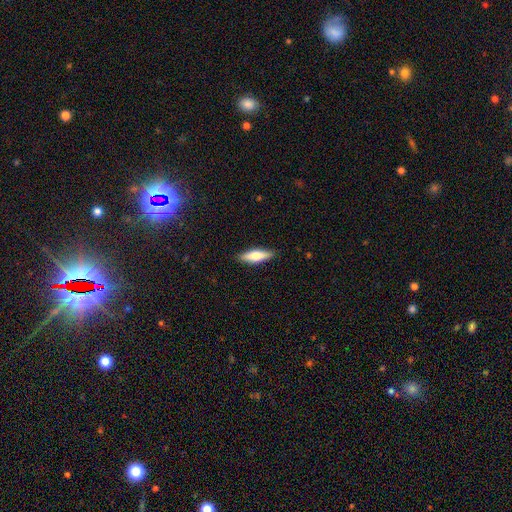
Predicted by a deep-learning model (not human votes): This is likely a smooth galaxy (63%). How rounded: possibly cigar-shaped (52%). Merging: clearly none (89%).